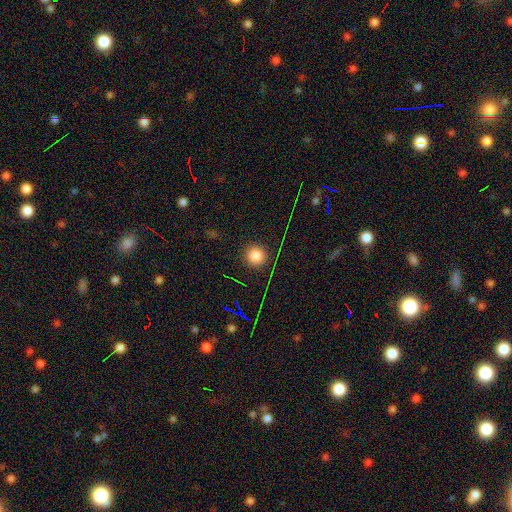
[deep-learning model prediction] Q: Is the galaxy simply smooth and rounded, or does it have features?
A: smooth — 78%.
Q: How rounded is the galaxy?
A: round — 95%.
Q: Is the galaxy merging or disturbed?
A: none — 90%.